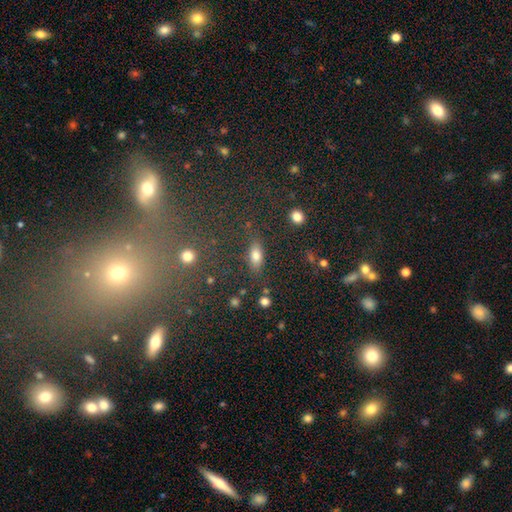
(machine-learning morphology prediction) Smooth or featured? smooth (78%)
How rounded? in between (79%)
Merging? none (79%)